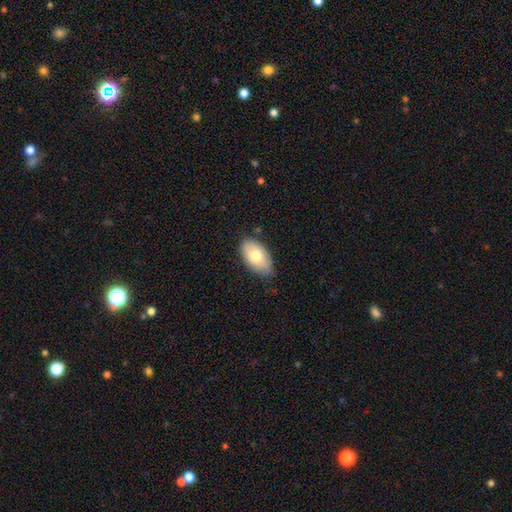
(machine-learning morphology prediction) A smooth galaxy with no disk features (75%) that is in between round and cigar-shaped (94%).

Vote fractions:
- Smooth or featured? smooth: 75% / featured or disk: 19% / star or artifact: 6%
- How rounded? in between: 94% / round: 4% / cigar-shaped: 2%
- Merging? none: 76% / minor disturbance: 20% / major disturbance: 3% / merger: 2%